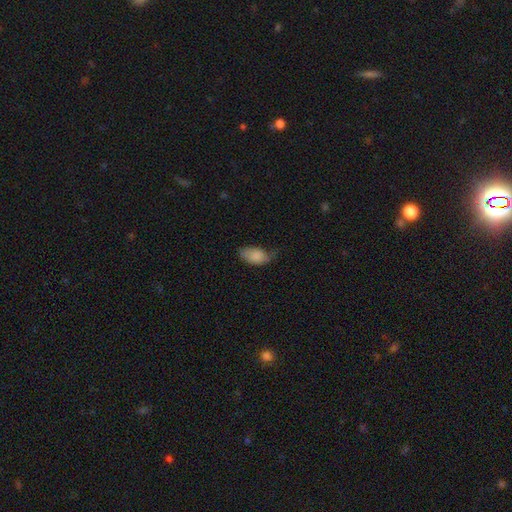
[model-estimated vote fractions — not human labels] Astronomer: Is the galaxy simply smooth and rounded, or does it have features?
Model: smooth — 84%.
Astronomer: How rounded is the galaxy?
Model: in between — 94%.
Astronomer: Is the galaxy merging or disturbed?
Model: minor disturbance — 42% (runner-up: none, 40%).